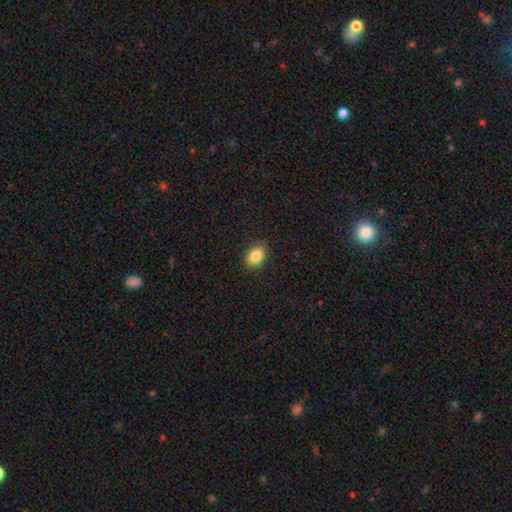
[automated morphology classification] type=smooth (86%); roundness=in between (81%); merging=none (89%).